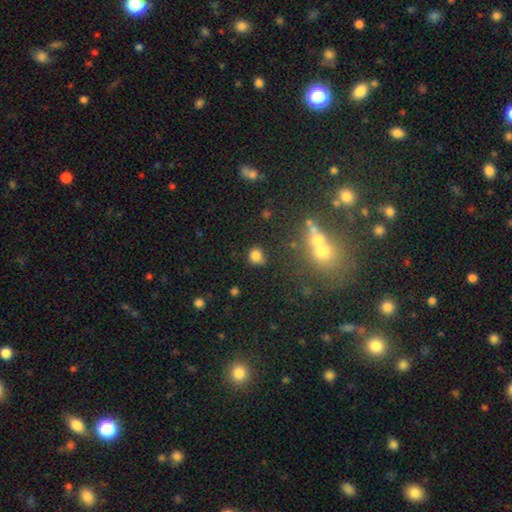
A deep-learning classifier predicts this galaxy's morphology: type=smooth (79%); roundness=round (71%); merging=none (75%).